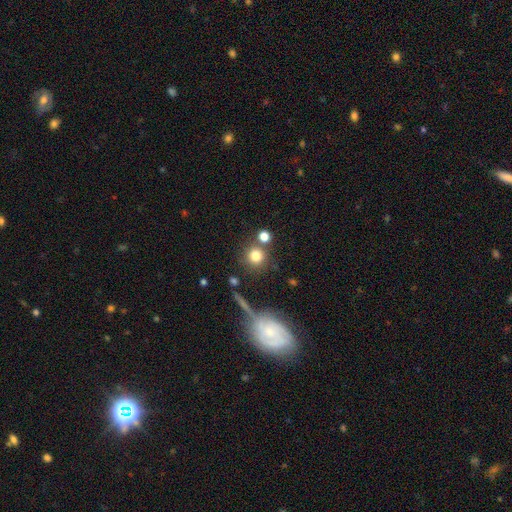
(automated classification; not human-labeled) Q: Smooth or featured?
A: smooth (77%); runner-up: star or artifact (14%)
Q: How rounded?
A: round (91%); runner-up: in between (8%)
Q: Merging?
A: none (75%); runner-up: merger (12%)